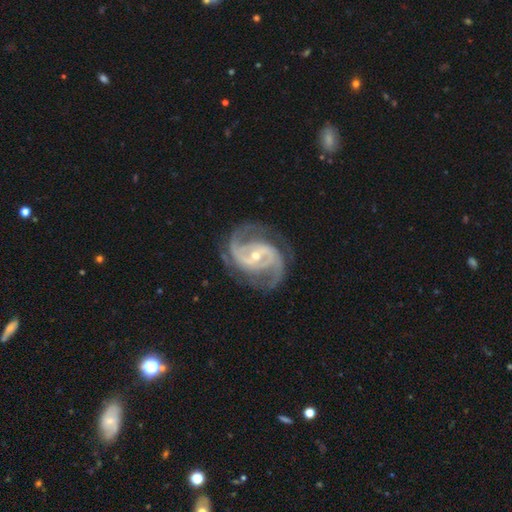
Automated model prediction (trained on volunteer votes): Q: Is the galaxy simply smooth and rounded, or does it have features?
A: featured or disk — 92%.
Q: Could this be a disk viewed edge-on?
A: no — 98%.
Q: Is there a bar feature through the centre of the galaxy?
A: weak — 44%.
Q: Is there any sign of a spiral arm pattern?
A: yes — 98%.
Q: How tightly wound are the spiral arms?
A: medium — 54%.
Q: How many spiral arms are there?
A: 2 — 71%.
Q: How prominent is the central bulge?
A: small — 55%.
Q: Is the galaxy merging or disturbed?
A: none — 75%.